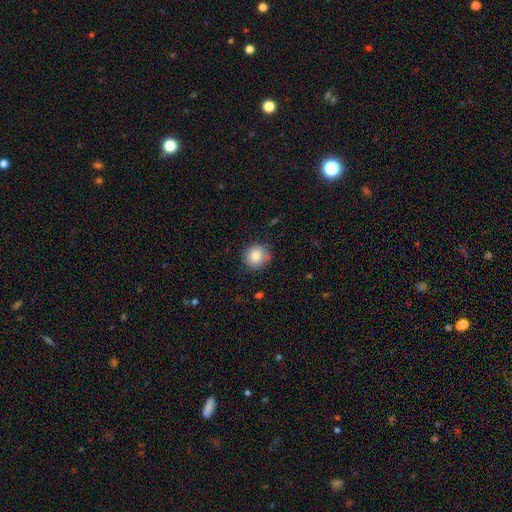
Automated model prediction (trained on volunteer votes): Q: Smooth or featured?
A: smooth (83%); runner-up: star or artifact (9%)
Q: How rounded?
A: round (88%); runner-up: in between (11%)
Q: Merging?
A: none (82%); runner-up: minor disturbance (13%)